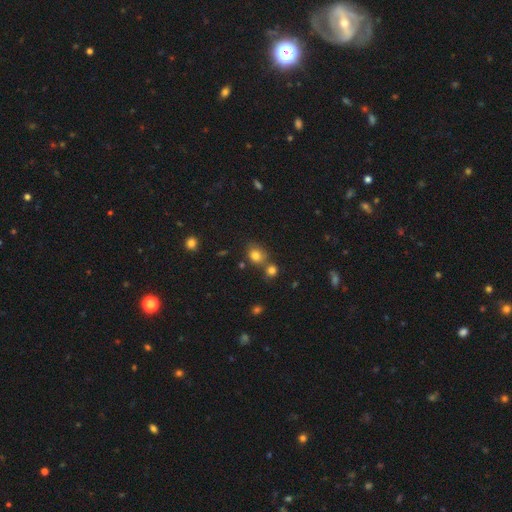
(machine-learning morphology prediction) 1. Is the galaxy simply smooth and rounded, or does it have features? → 79% smooth, 13% star or artifact, 8% featured or disk.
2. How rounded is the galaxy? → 57% round, 42% in between, 1% cigar-shaped.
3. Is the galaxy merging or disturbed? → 59% none, 23% merger, 14% minor disturbance, 5% major disturbance.